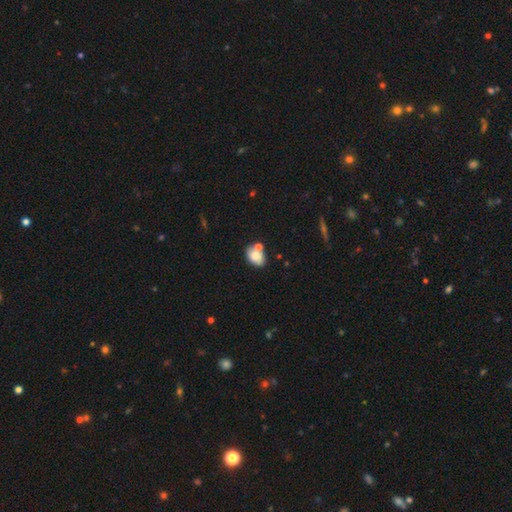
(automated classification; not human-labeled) The model was most divided on "merging": none: 55%, merger: 25%, minor disturbance: 16%, major disturbance: 4%. More confident: smooth or featured — smooth (79%); how rounded — in between (78%).